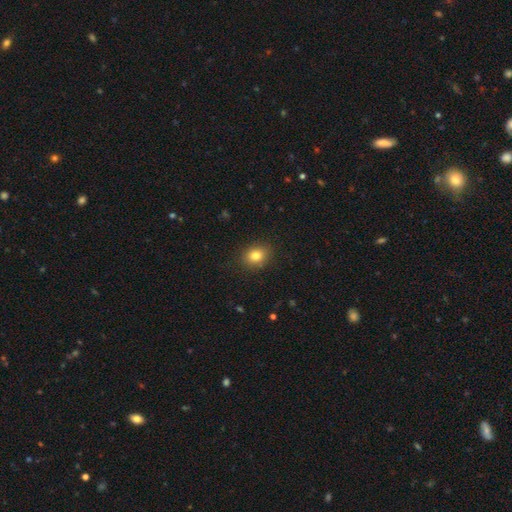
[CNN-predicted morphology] A smooth galaxy with no disk features (82%) that is in between round and cigar-shaped (54%).

Vote fractions:
- Smooth or featured? smooth: 82% / star or artifact: 10% / featured or disk: 8%
- How rounded? in between: 54% / round: 45% / cigar-shaped: 1%
- Merging? none: 87% / minor disturbance: 9% / major disturbance: 3% / merger: 1%